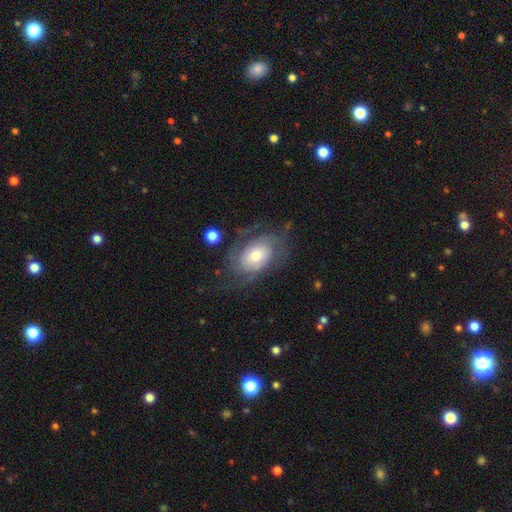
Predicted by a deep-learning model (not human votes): Q: Smooth or featured?
A: featured or disk (74%); runner-up: smooth (19%)
Q: Edge-on disk?
A: no (96%); runner-up: yes (4%)
Q: Bar?
A: no (73%); runner-up: weak (22%)
Q: Spiral arms?
A: yes (89%); runner-up: no (11%)
Q: Spiral winding?
A: tight (47%); runner-up: medium (37%)
Q: Spiral arm count?
A: can't tell (36%); runner-up: 2 (28%)
Q: Bulge size?
A: moderate (53%); runner-up: small (26%)
Q: Merging?
A: none (59%); runner-up: minor disturbance (21%)